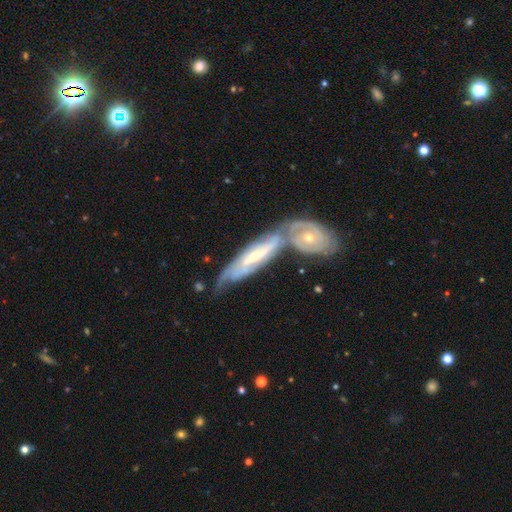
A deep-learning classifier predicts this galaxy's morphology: A featured or disk galaxy (81%) with a weak bar (36%), 2 (52%) tight (56%) spiral arms (90%) and a small central bulge (51%).

Vote fractions:
- Smooth or featured? featured or disk: 81% / smooth: 14% / star or artifact: 5%
- Edge-on disk? no: 75% / yes: 25%
- Bar? weak: 36% / strong: 33% / no: 31%
- Spiral arms? yes: 90% / no: 10%
- Spiral winding? tight: 56% / medium: 32% / loose: 12%
- Spiral arm count? 2: 52% / can't tell: 33% / 3: 8% / 4: 3% / 1: 3% / more than 4: 2%
- Bulge size? small: 51% / moderate: 45% / large: 2% / none: 2% / dominant: 1%
- Merging? merger: 51% / none: 30% / minor disturbance: 13% / major disturbance: 6%